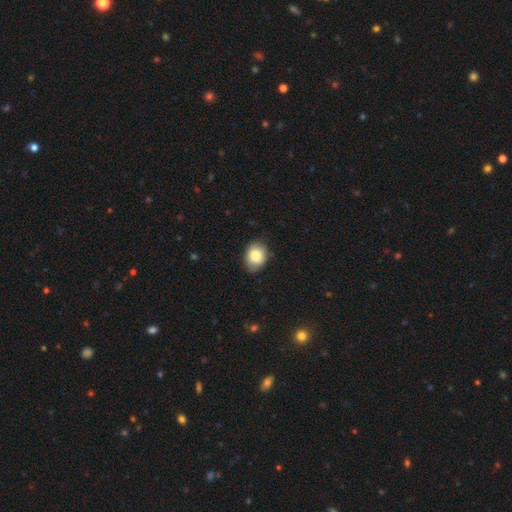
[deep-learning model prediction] Overall: smooth (84%). How rounded: in between (65%; round 34%). Merging: none (80%).